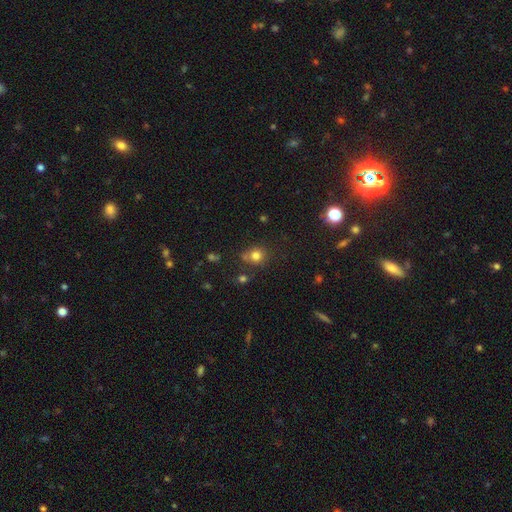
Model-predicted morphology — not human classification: This appears to be a smooth galaxy with no disk features (77%) that is round (84%). Merging: none (68%).